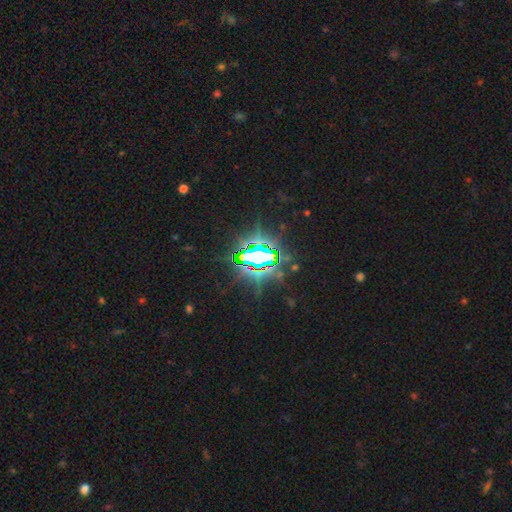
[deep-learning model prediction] Smooth or featured? star or artifact (80%)